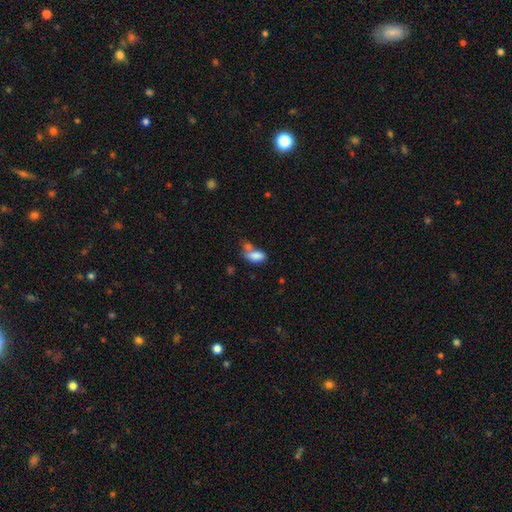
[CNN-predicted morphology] type=smooth (83%); roundness=in between (90%); merging=merger (35%, tied with none).